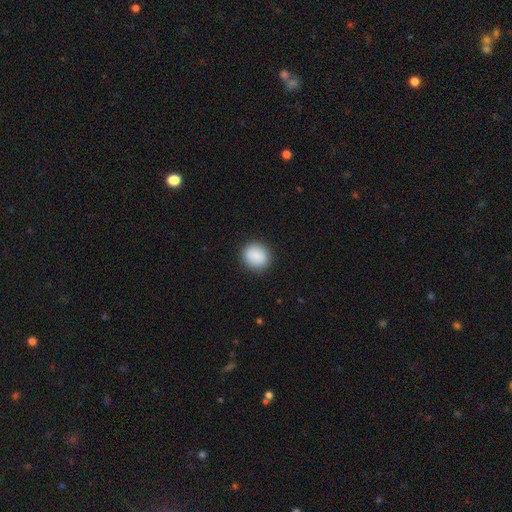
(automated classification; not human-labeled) A smooth galaxy with no disk features (89%) that is round (73%). Merging: none (89%).